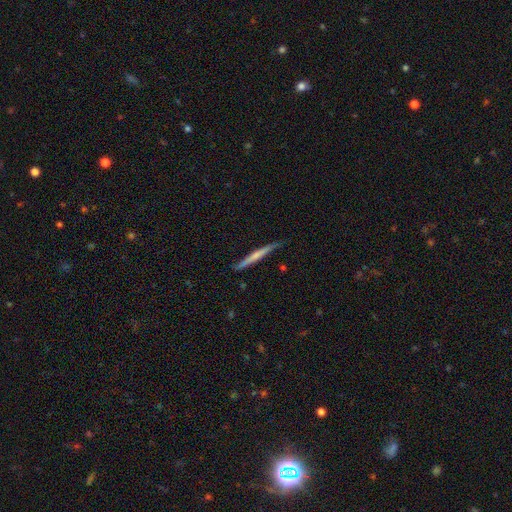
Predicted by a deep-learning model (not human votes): Smooth or featured? Predicted: smooth (p=0.49). Merging? Predicted: none (p=0.81).